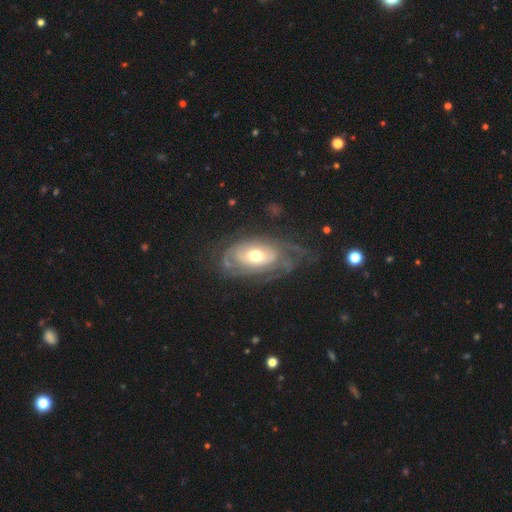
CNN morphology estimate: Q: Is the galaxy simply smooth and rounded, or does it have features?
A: featured or disk — 75%.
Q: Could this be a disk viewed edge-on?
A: no — 93%.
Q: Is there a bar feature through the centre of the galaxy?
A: no — 76%.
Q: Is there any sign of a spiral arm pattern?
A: yes — 78%.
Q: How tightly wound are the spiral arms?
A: tight — 62%.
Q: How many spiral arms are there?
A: can't tell — 53%.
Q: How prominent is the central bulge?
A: moderate — 70%.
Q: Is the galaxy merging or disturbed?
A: none — 54%.